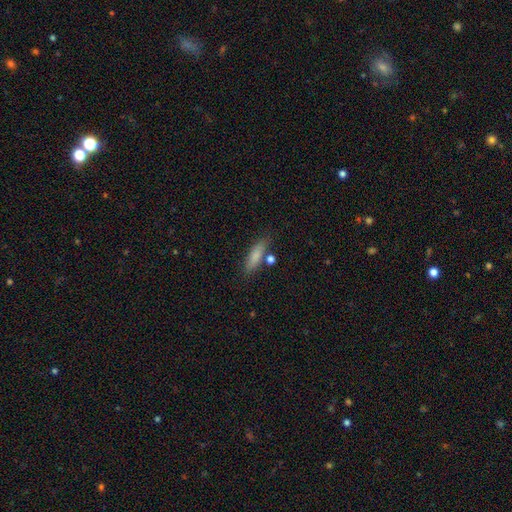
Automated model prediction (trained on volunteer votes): smooth-or-featured: smooth: 82% | featured or disk: 11% | star or artifact: 7%
  how-rounded: cigar-shaped: 52% | in between: 45% | round: 3%
  merging: none: 74% | minor disturbance: 14% | merger: 9% | major disturbance: 4%